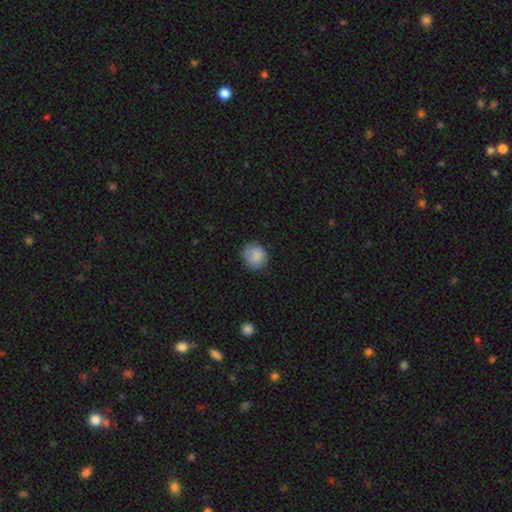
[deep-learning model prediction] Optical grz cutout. It shows a smooth galaxy with no disk features (86%) that is round (79%). Merging: none (76%).